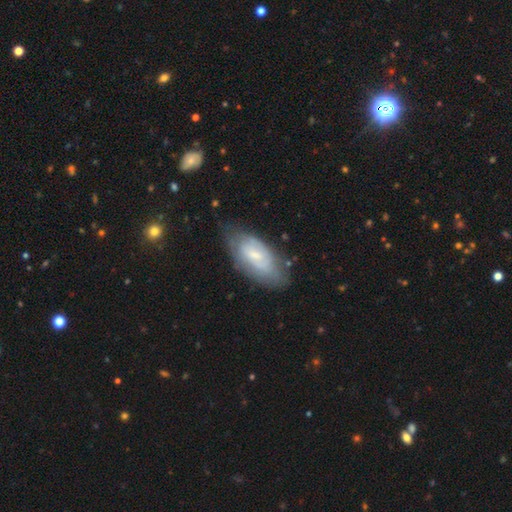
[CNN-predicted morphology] This appears to be a featured or disk galaxy (52%). Merging: none (63%).